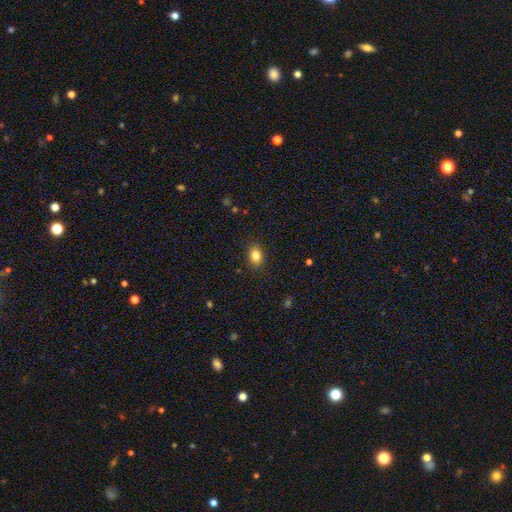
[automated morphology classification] The model was most divided on "how rounded": in between: 73%, round: 26%, cigar-shaped: 1%. More confident: merging — none (87%); smooth or featured — smooth (84%).